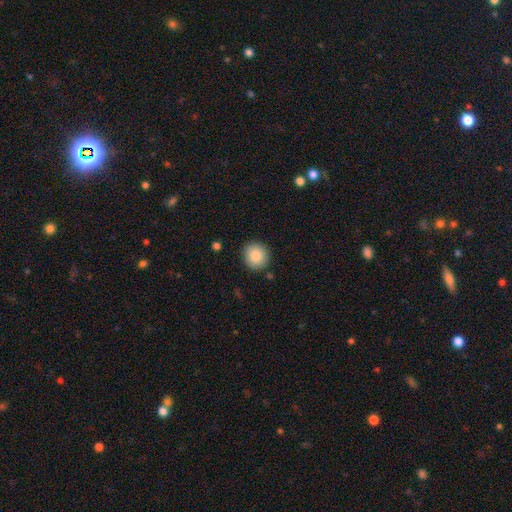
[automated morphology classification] A smooth galaxy with no disk features (86%) that is round (88%).

Vote fractions:
- Smooth or featured? smooth: 86% / star or artifact: 8% / featured or disk: 6%
- How rounded? round: 88% / in between: 11% / cigar-shaped: 1%
- Merging? none: 88% / minor disturbance: 8% / major disturbance: 2% / merger: 2%